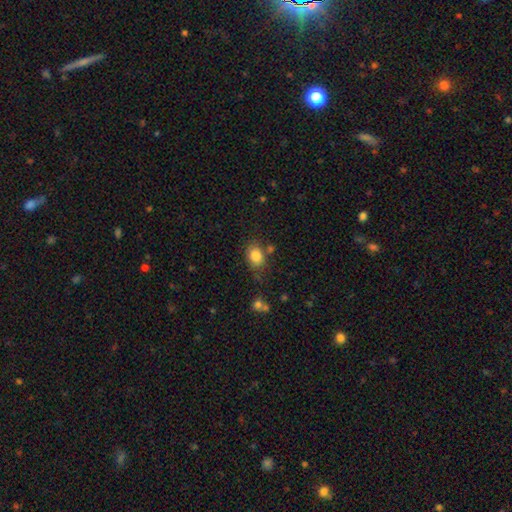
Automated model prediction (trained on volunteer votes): This is clearly a smooth galaxy (84%). How rounded: likely in between (64%). Merging: likely none (68%).